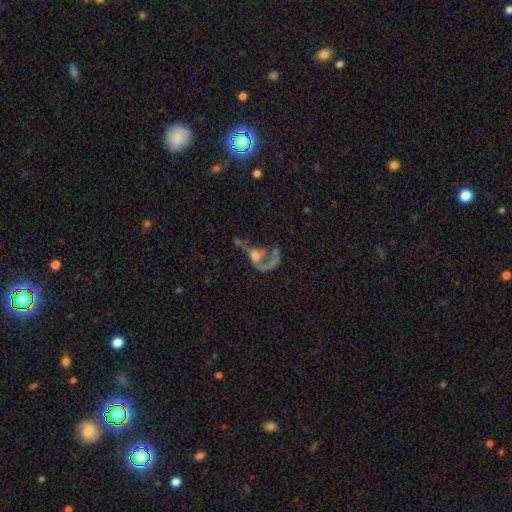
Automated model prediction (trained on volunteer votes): This appears to be a featured or disk galaxy (62%) with no bar (82%), no spiral arms (56%) and a moderate central bulge (41%). Merging: major disturbance (52%).